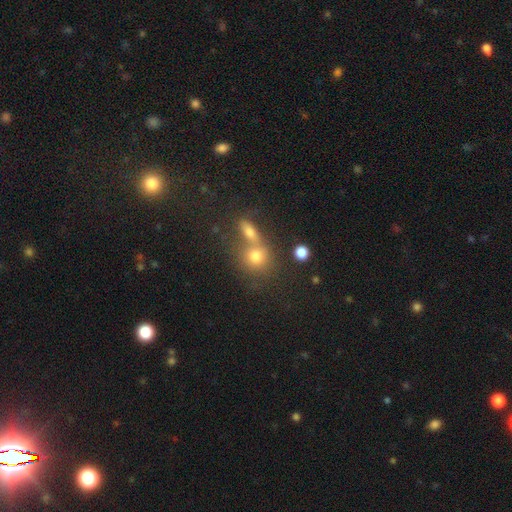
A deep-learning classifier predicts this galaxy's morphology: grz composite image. It shows a smooth galaxy with no disk features (73%) that is round (73%). Merging: merger (44%).